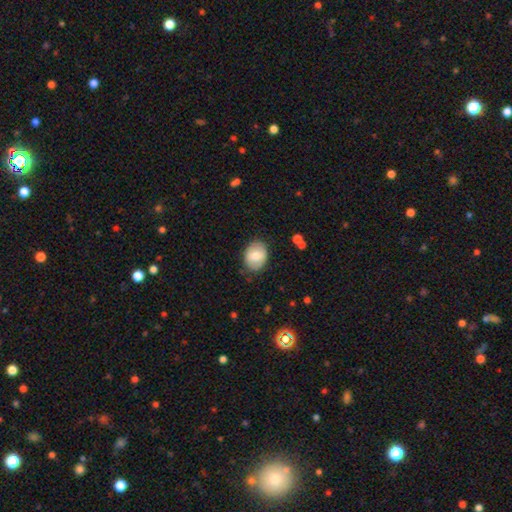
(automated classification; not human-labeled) smooth 71%, featured or disk 22%, star or artifact 7%. Down the decision tree: how rounded — in between (65%); merging — none (82%).